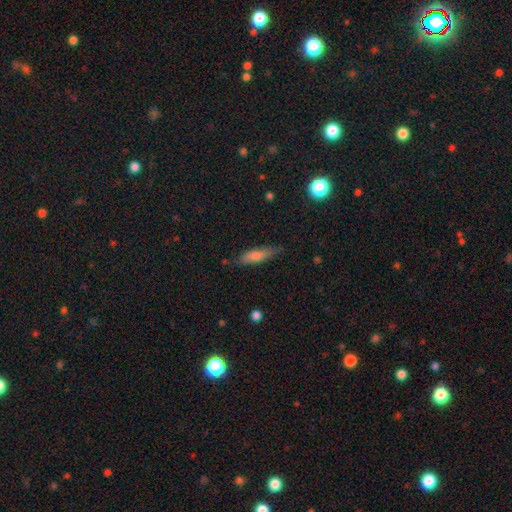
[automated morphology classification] This appears to be a smooth galaxy with no disk features (74%) that is cigar-shaped (65%). Merging: none (75%).